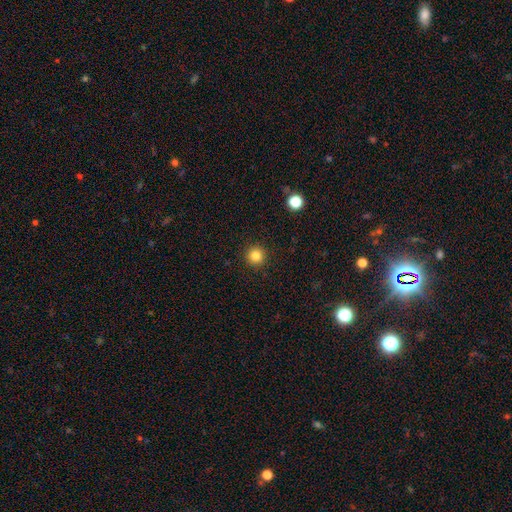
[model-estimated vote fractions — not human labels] smooth 83%, star or artifact 12%, featured or disk 5%. Down the decision tree: how rounded — round (96%); merging — none (93%).